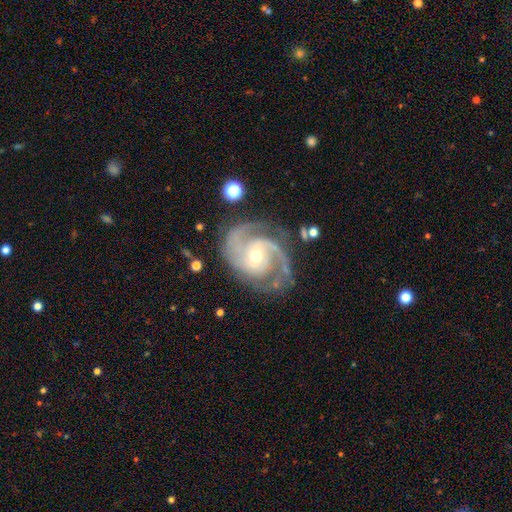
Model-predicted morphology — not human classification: smooth_or_featured: featured or disk (p=0.92) [alt: star or artifact p=0.04]
disk_edge_on: no (p=0.98) [alt: yes p=0.02]
bar: weak (p=0.44) [alt: no p=0.42]
has_spiral_arms: yes (p=0.98) [alt: no p=0.02]
spiral_winding: medium (p=0.51) [alt: tight p=0.41]
spiral_arm_count: 2 (p=0.66) [alt: 3 p=0.19]
bulge_size: moderate (p=0.49) [alt: small p=0.48]
merging: none (p=0.74) [alt: minor disturbance p=0.17]